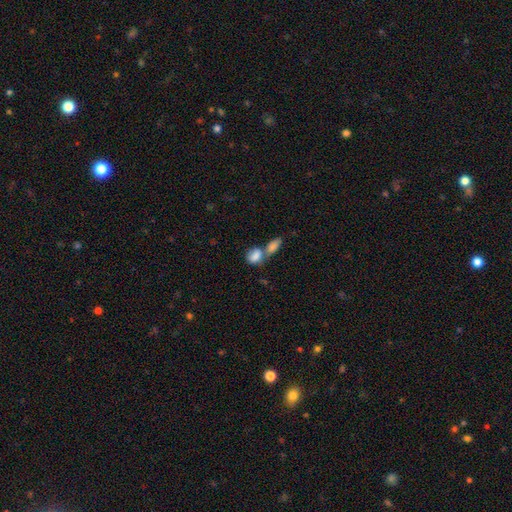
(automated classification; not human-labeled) smooth 83%, featured or disk 10%, star or artifact 7%. Down the decision tree: how rounded — in between (80%); merging — merger (65%).